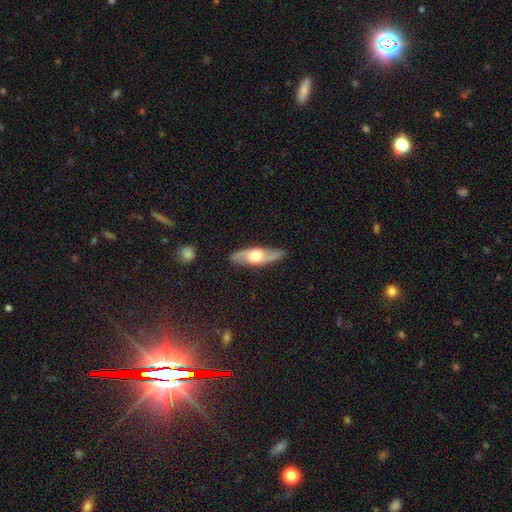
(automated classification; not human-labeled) Morphology: type=featured or disk (65%); edge-on=no (55%); merging=none (86%).